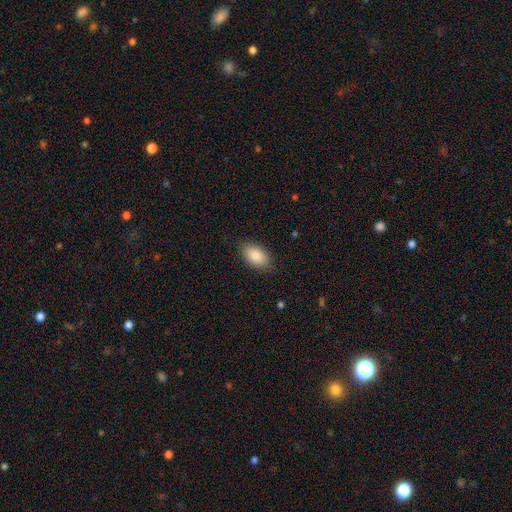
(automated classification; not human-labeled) A smooth galaxy with no disk features (88%) that is in between round and cigar-shaped (93%).

Vote fractions:
- Smooth or featured? smooth: 88% / star or artifact: 7% / featured or disk: 6%
- How rounded? in between: 93% / round: 5% / cigar-shaped: 2%
- Merging? none: 84% / minor disturbance: 12% / major disturbance: 3% / merger: 1%